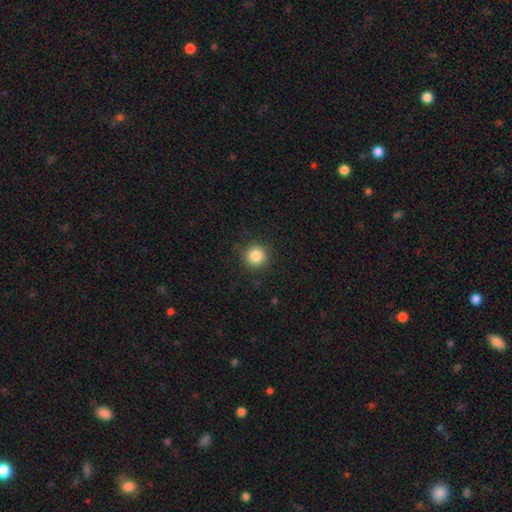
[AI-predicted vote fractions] Smooth or featured? Predicted: smooth (p=0.85). How rounded? Predicted: round (p=0.95). Merging? Predicted: none (p=0.90).